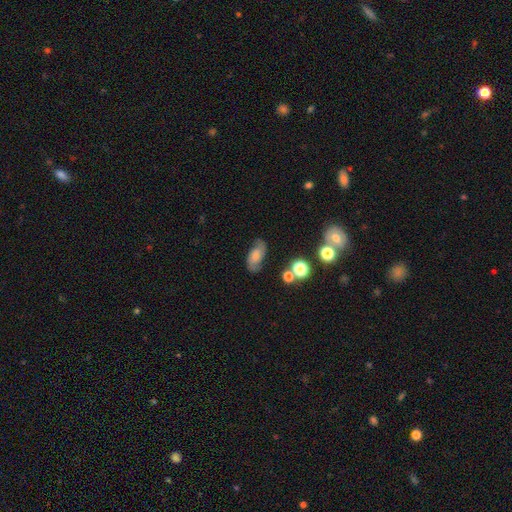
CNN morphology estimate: Q: Smooth or featured?
A: featured or disk (48%); runner-up: smooth (41%)
Q: Merging?
A: none (70%); runner-up: minor disturbance (20%)